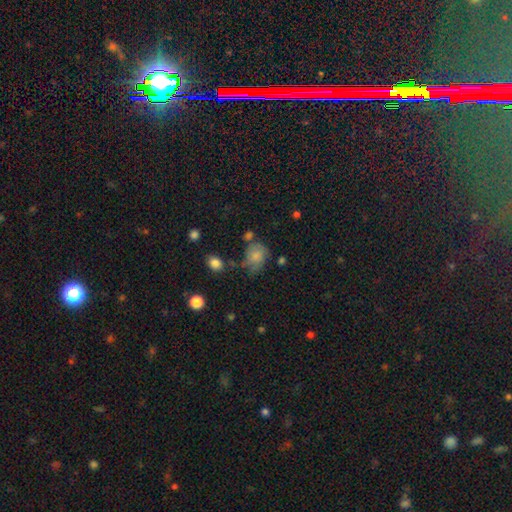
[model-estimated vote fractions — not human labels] A smooth galaxy with no disk features (72%) that is in between round and cigar-shaped (50%). Merging: none (46%).